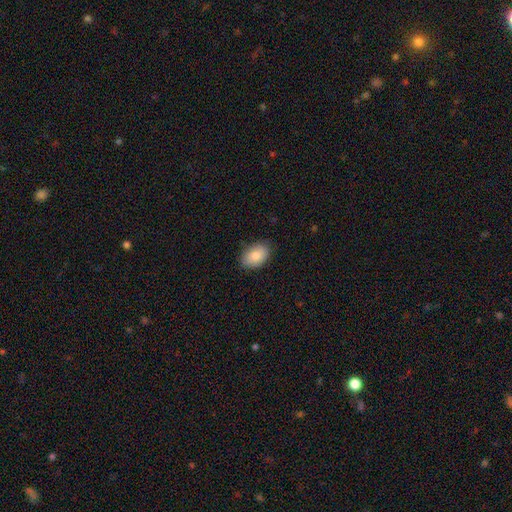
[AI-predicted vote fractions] Morphology: type=smooth (87%); roundness=in between (89%); merging=none (85%).